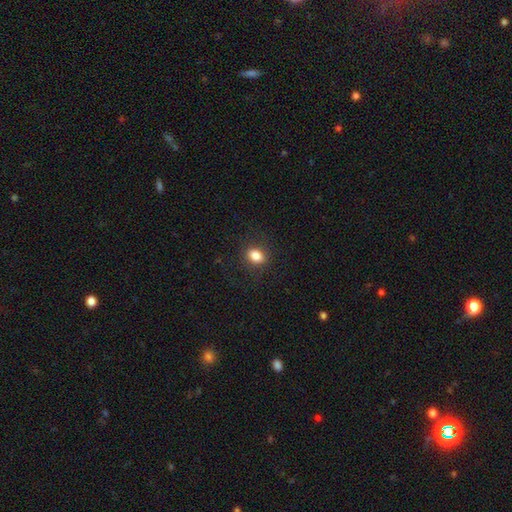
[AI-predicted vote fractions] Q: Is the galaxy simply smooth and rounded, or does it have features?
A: smooth — 84%.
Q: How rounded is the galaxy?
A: in between — 60%.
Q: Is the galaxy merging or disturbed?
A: none — 86%.